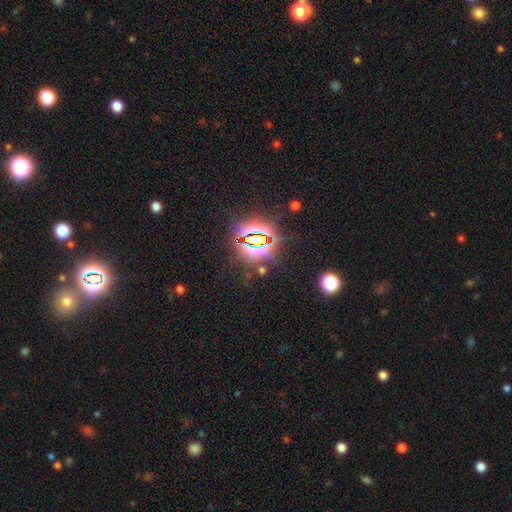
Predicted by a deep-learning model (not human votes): Overall: star or artifact (82%).